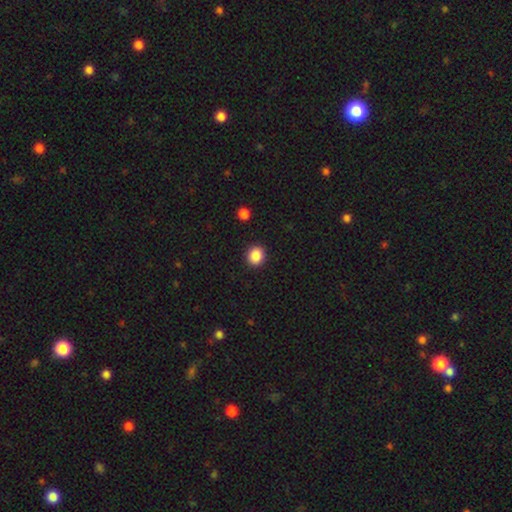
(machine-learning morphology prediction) smooth_or_featured: smooth (p=0.88) [alt: star or artifact p=0.09]
how_rounded: round (p=0.79) [alt: in between p=0.20]
merging: none (p=0.91) [alt: minor disturbance p=0.06]